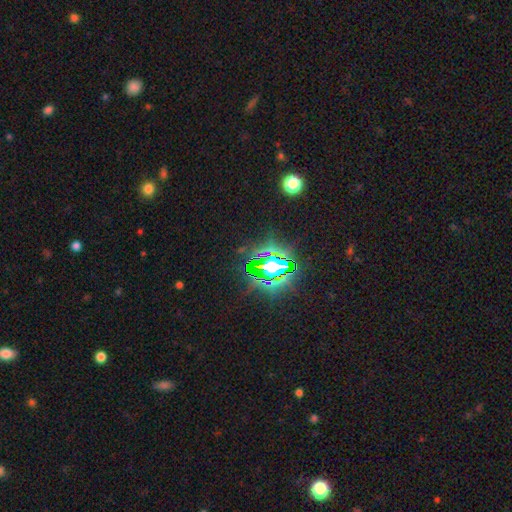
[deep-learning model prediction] Smooth or featured?
  - star or artifact: 83% *
  - smooth: 10%
  - featured or disk: 7%